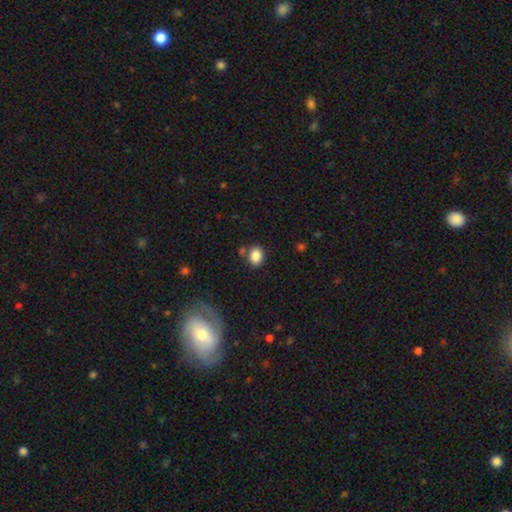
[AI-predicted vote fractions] smooth_or_featured: smooth (p=0.86) [alt: star or artifact p=0.09]
how_rounded: round (p=0.51) [alt: in between p=0.48]
merging: none (p=0.76) [alt: minor disturbance p=0.12]